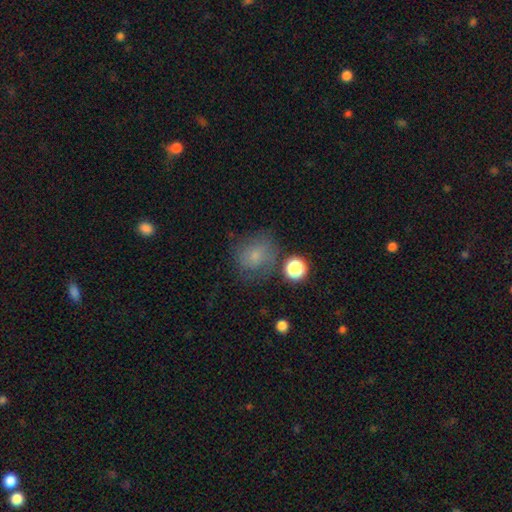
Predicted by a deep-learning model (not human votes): This is likely a smooth galaxy (67%). How rounded: likely round (73%). Merging: likely none (62%).